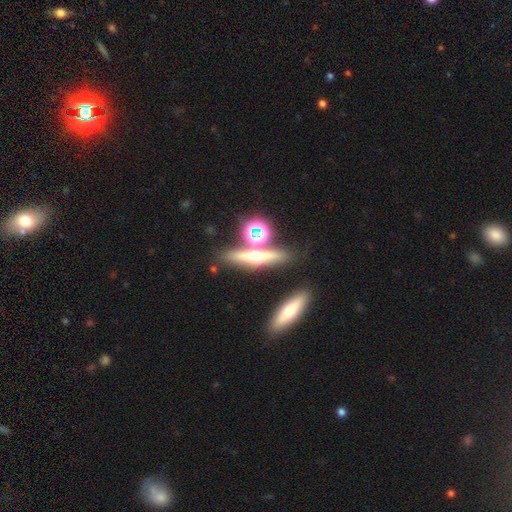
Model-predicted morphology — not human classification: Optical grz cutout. It shows a featured or disk galaxy (58%) viewed edge-on (90%) with a rounded central bulge (94%). Merging: none (75%).